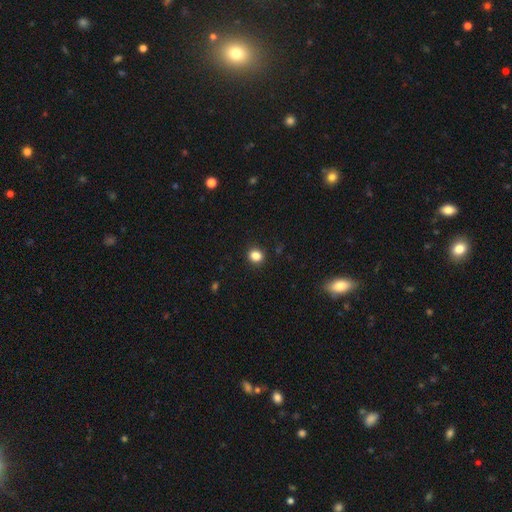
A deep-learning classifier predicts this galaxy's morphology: Overall: smooth (85%). How rounded: round (71%). Merging: none (90%).